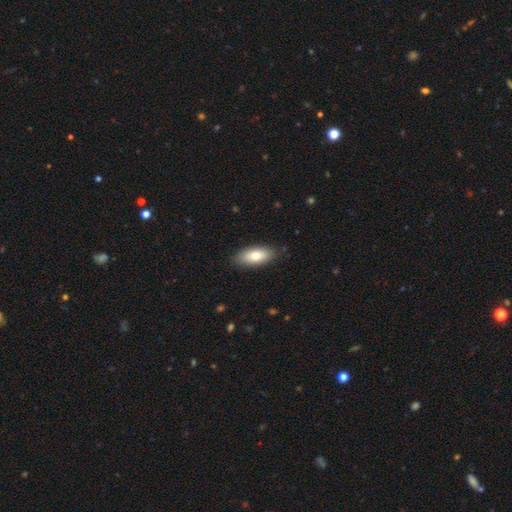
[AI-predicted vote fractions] This appears to be a smooth galaxy with no disk features (75%) that is in between round and cigar-shaped (85%). Merging: none (86%).